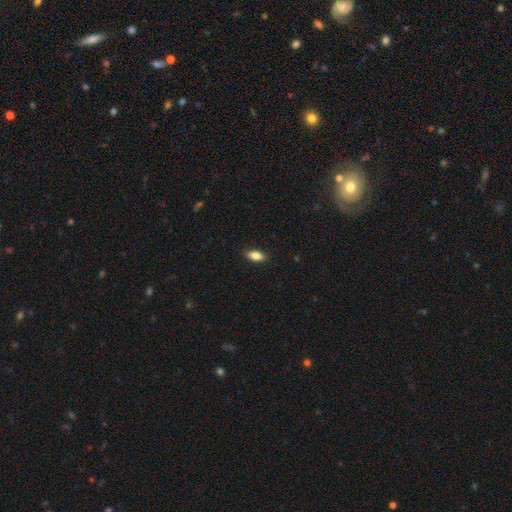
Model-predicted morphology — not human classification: The model was most divided on "smooth or featured": smooth: 83%, featured or disk: 10%, star or artifact: 8%. More confident: merging — none (86%); how rounded — in between (85%).